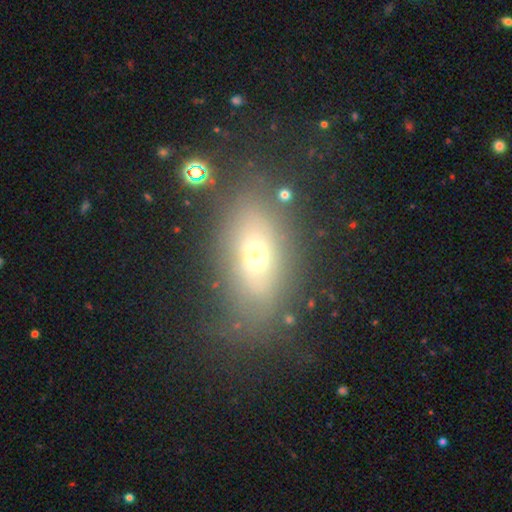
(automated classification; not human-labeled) This is possibly a smooth galaxy (56%). How rounded: likely in between (78%). Merging: likely none (67%).